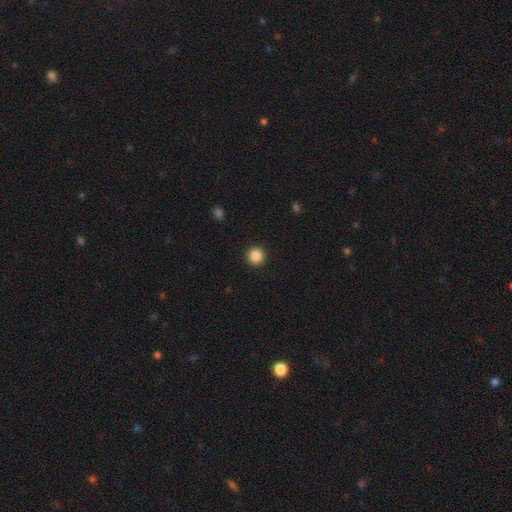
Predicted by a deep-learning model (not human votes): Smooth or featured?
  - smooth: 87% *
  - star or artifact: 10%
  - featured or disk: 3%
How rounded?
  - round: 95% *
  - in between: 4%
  - cigar-shaped: 1%
Merging?
  - none: 93% *
  - minor disturbance: 5%
  - major disturbance: 2%
  - merger: 1%